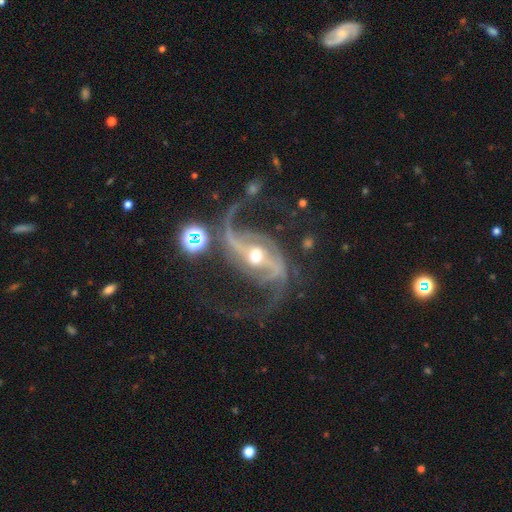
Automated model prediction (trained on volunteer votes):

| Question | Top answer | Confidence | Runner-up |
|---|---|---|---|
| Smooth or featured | featured or disk | 90% | star or artifact (7%) |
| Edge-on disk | no | 97% | yes (3%) |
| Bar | strong | 46% | weak (32%) |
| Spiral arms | yes | 98% | no (2%) |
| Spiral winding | loose | 60% | medium (33%) |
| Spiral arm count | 2 | 82% | 3 (6%) |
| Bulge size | moderate | 70% | small (19%) |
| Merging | none | 56% | major disturbance (23%) |